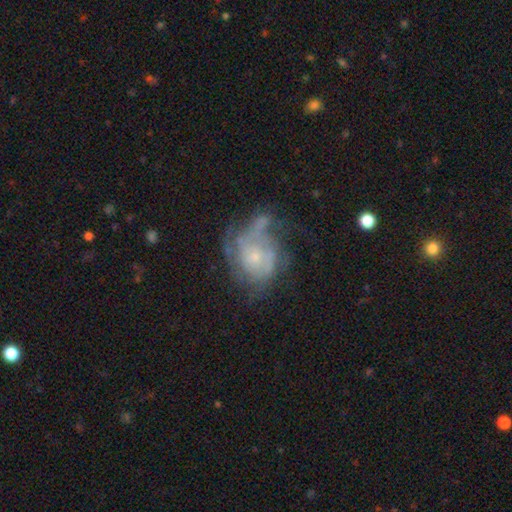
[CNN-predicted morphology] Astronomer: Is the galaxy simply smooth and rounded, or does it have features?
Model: featured or disk — 72%.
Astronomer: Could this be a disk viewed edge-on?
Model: no — 98%.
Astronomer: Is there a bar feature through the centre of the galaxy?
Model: no — 79%.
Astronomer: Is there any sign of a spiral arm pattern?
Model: yes — 76%.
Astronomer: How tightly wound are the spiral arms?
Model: tight — 46% (runner-up: medium, 36%).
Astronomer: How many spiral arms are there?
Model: can't tell — 44%.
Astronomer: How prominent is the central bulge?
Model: small — 66%.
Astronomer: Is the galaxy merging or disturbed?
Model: none — 37% (runner-up: major disturbance, 30%).